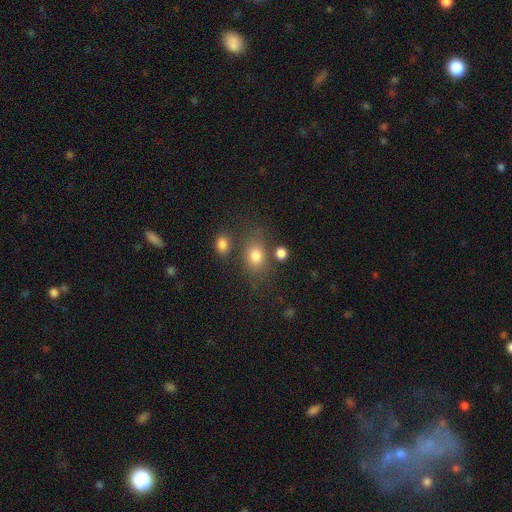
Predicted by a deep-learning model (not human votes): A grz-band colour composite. It shows a smooth galaxy with no disk features (79%) that is in between round and cigar-shaped (64%). Merging: none (65%).